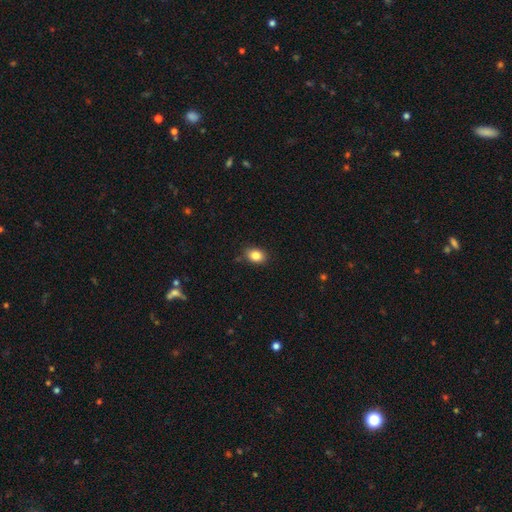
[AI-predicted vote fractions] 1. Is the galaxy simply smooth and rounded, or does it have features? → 85% smooth, 9% star or artifact, 6% featured or disk.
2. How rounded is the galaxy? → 69% in between, 30% round, 1% cigar-shaped.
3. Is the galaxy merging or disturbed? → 83% none, 13% minor disturbance, 2% major disturbance, 2% merger.